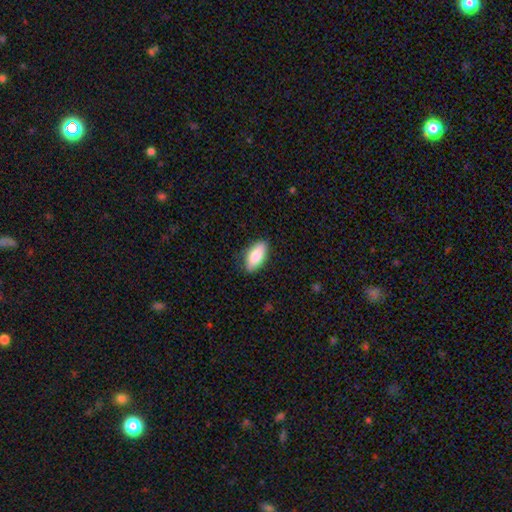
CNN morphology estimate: Smooth or featured? Predicted: smooth (p=0.82). How rounded? Predicted: in between (p=0.88). Merging? Predicted: none (p=0.85).